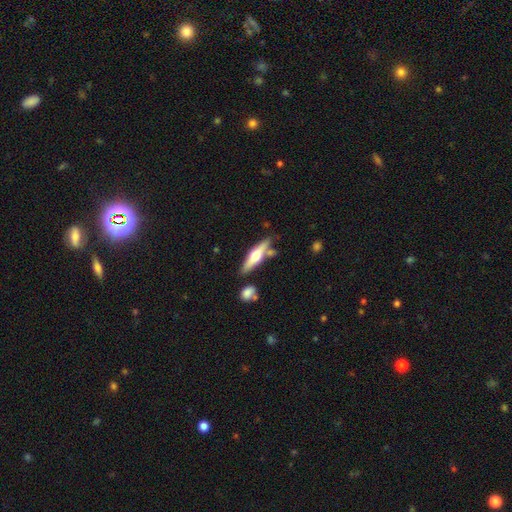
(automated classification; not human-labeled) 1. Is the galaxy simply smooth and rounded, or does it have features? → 59% featured or disk, 36% smooth, 6% star or artifact.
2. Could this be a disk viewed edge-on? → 94% yes, 6% no.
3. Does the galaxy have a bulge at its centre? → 93% rounded, 4% boxy, 3% none.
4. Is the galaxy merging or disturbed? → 75% none, 13% minor disturbance, 9% merger, 3% major disturbance.